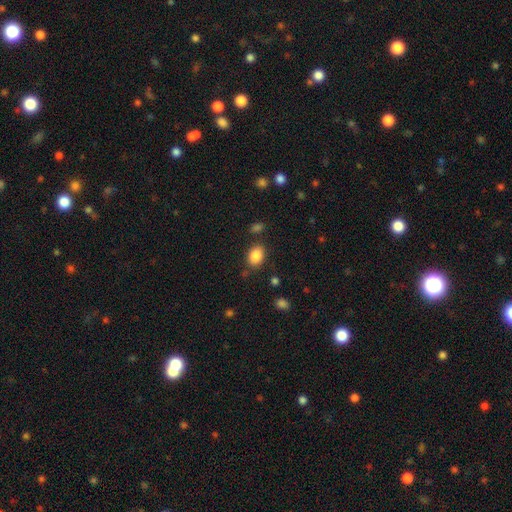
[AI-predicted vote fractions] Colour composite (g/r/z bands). It shows a smooth galaxy with no disk features (87%) that is in between round and cigar-shaped (74%). Merging: none (80%).